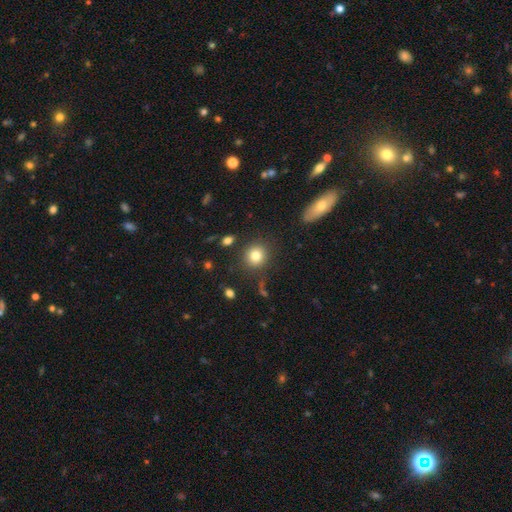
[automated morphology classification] Smooth or featured?
  - smooth: 81% *
  - star or artifact: 11%
  - featured or disk: 8%
How rounded?
  - round: 85% *
  - in between: 14%
  - cigar-shaped: 1%
Merging?
  - none: 86% *
  - minor disturbance: 8%
  - major disturbance: 3%
  - merger: 3%